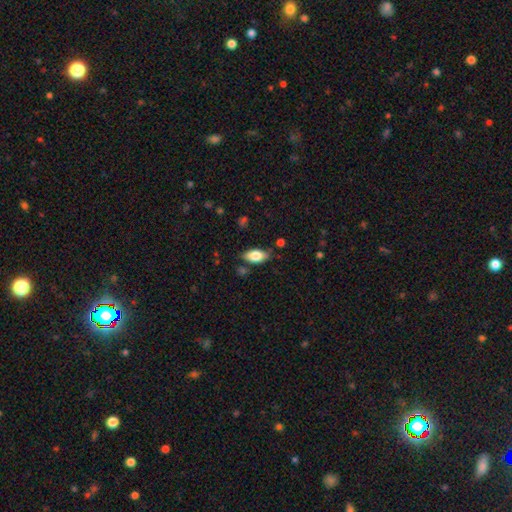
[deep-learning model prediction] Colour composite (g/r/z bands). It shows a smooth galaxy with no disk features (78%) that is in between round and cigar-shaped (89%). Merging: none (75%).